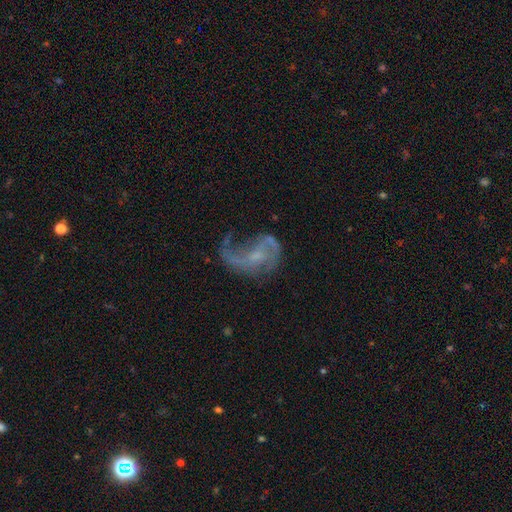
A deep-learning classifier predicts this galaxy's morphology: type=featured or disk (78%); edge-on=no (97%); bar=no (58%); spiral arms=yes (86%); winding=loose (68%); arm count=2 (60%); bulge=small (58%); merging=none (40%).